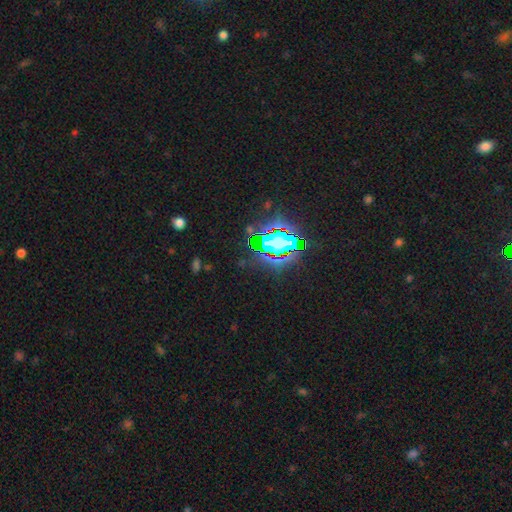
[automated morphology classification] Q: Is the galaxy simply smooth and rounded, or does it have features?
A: star or artifact — 83%.